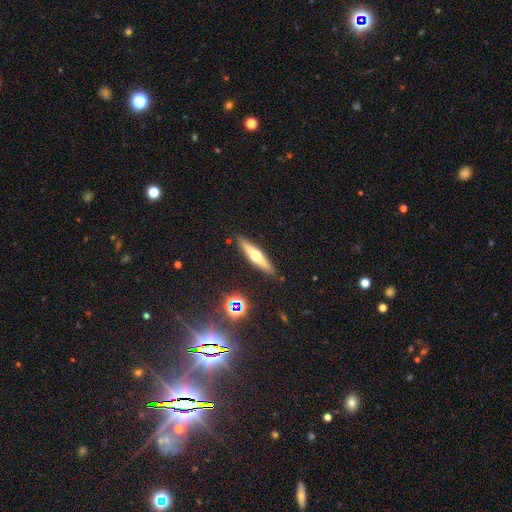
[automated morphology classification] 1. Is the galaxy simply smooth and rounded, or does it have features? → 56% featured or disk, 37% smooth, 8% star or artifact.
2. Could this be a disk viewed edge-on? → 93% yes, 7% no.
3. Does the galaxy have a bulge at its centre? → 92% rounded, 5% none, 3% boxy.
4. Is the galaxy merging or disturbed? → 89% none, 8% minor disturbance, 2% major disturbance, 2% merger.